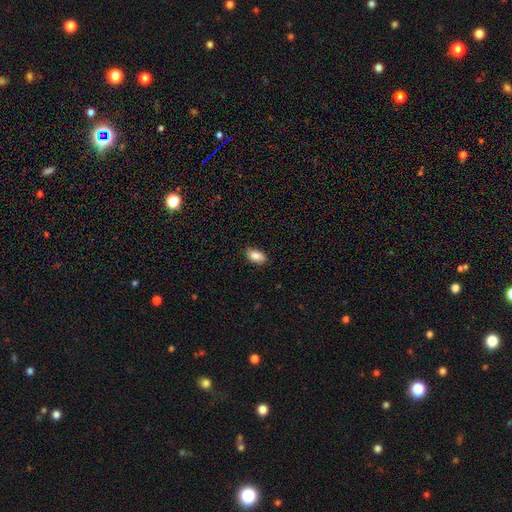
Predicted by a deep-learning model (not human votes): Q: Smooth or featured?
A: smooth (85%); runner-up: featured or disk (8%)
Q: How rounded?
A: in between (93%); runner-up: round (5%)
Q: Merging?
A: none (85%); runner-up: minor disturbance (12%)